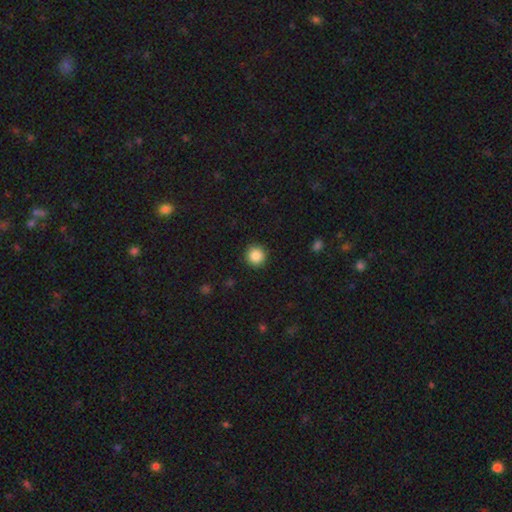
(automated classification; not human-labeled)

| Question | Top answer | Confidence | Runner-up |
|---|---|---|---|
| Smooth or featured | smooth | 87% | star or artifact (9%) |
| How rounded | round | 95% | in between (4%) |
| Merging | none | 92% | minor disturbance (5%) |